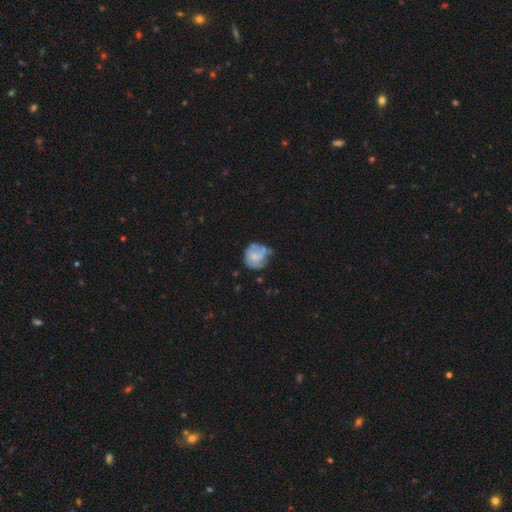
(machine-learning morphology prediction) The model was most divided on "smooth or featured": smooth: 50%, featured or disk: 43%, star or artifact: 7%. Remaining: merging — none (42%).